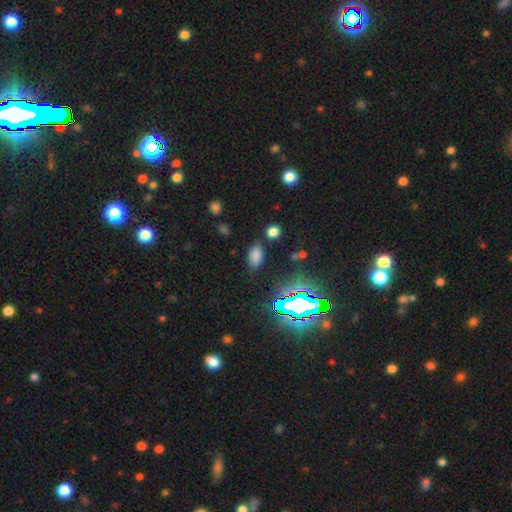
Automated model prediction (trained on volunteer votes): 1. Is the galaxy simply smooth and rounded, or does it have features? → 73% smooth, 21% star or artifact, 7% featured or disk.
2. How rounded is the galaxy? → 91% in between, 6% round, 3% cigar-shaped.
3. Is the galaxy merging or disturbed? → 81% none, 12% minor disturbance, 4% major disturbance, 3% merger.